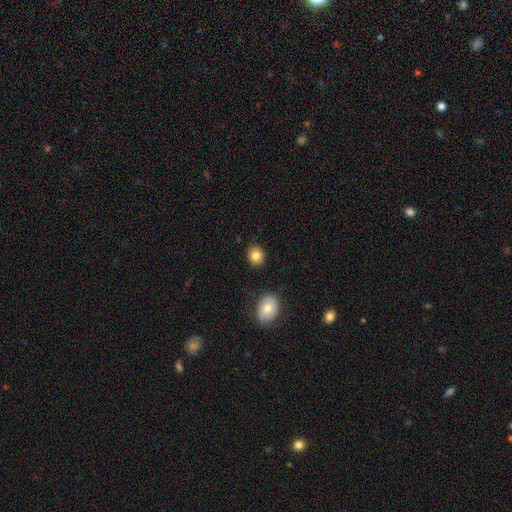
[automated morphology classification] A smooth galaxy with no disk features (84%) that is round (71%).

Vote fractions:
- Smooth or featured? smooth: 84% / star or artifact: 9% / featured or disk: 7%
- How rounded? round: 71% / in between: 29% / cigar-shaped: 1%
- Merging? none: 88% / minor disturbance: 8% / merger: 3% / major disturbance: 2%